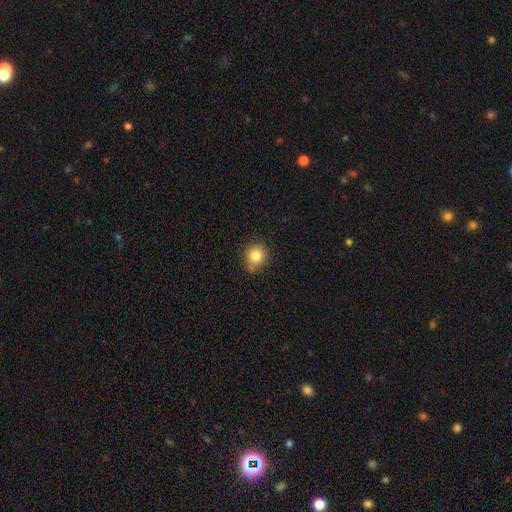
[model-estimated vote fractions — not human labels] The model was most divided on "merging": none: 72%, minor disturbance: 21%, major disturbance: 4%, merger: 3%. More confident: how rounded — round (85%); smooth or featured — smooth (83%).